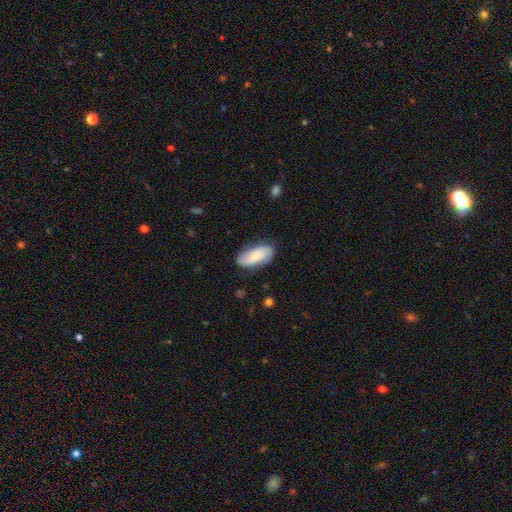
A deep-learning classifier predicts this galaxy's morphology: smooth 52%, featured or disk 41%, star or artifact 7%. Down the decision tree: how rounded — in between (89%); merging — none (77%).